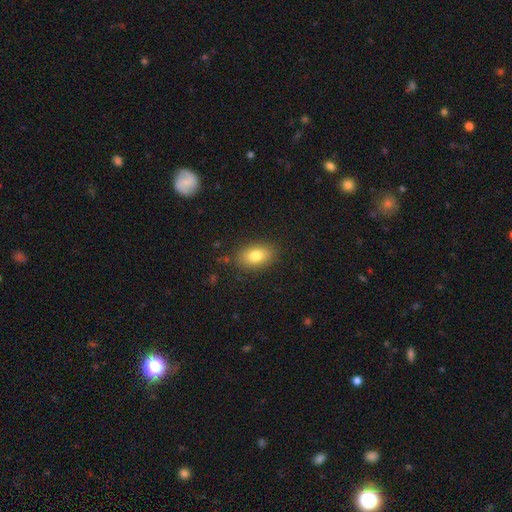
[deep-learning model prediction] Smooth or featured? smooth (80%)
How rounded? in between (87%)
Merging? none (85%)